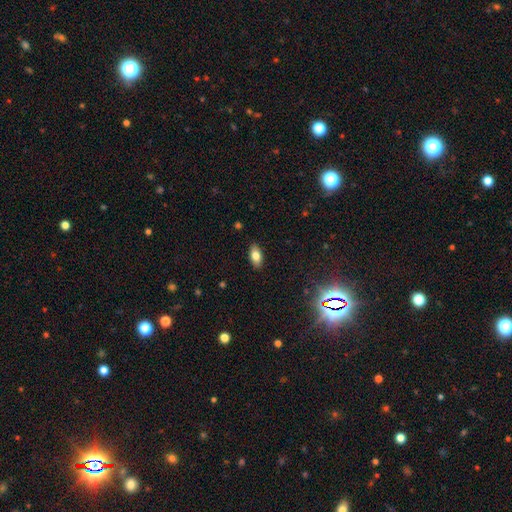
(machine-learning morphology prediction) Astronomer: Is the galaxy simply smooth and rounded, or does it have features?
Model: smooth — 77%.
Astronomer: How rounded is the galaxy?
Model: in between — 89%.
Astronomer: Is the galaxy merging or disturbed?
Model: none — 88%.